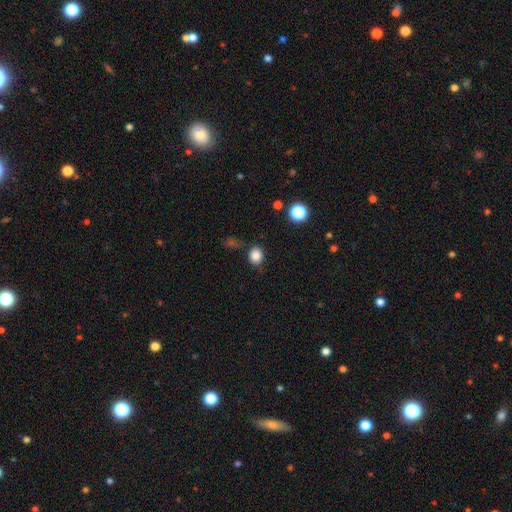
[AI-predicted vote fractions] This appears to be a smooth galaxy with no disk features (84%) that is round (65%). Merging: none (78%).